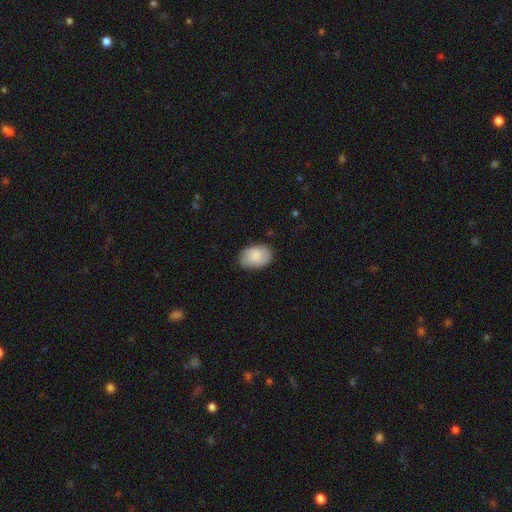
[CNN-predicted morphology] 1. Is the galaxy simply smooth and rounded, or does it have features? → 83% smooth, 11% featured or disk, 6% star or artifact.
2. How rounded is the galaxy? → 85% in between, 14% round, 1% cigar-shaped.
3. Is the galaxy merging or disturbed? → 80% none, 16% minor disturbance, 3% major disturbance, 1% merger.